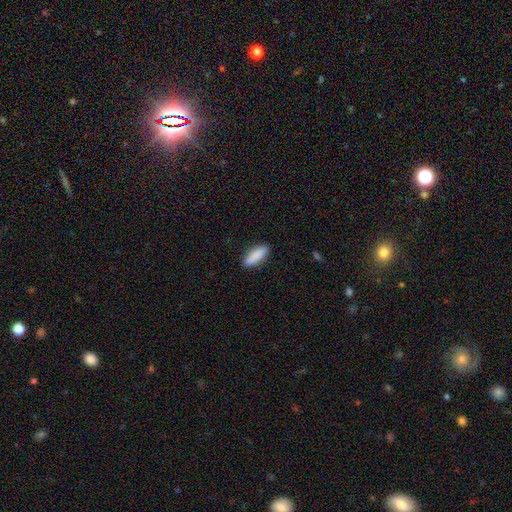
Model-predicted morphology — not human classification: This appears to be a smooth galaxy with no disk features (86%) that is cigar-shaped (56%). Merging: none (89%).